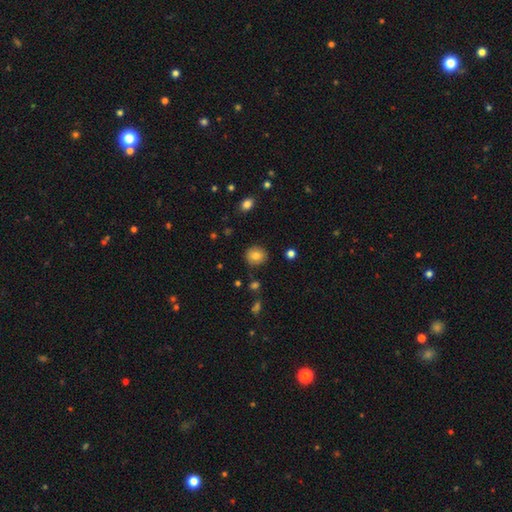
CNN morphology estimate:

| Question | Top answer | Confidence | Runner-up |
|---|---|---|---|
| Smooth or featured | smooth | 81% | featured or disk (10%) |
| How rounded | round | 83% | in between (16%) |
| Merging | none | 88% | minor disturbance (9%) |